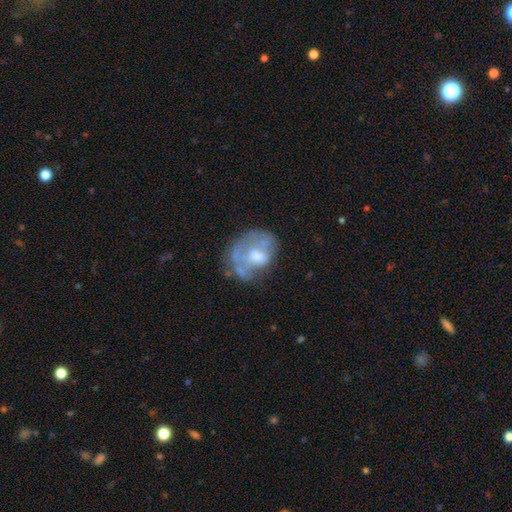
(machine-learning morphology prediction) Smooth or featured? Predicted: featured or disk (p=0.57). Edge-on disk? Predicted: no (p=0.97). Bar? Predicted: no (p=0.72). Spiral arms? Predicted: no (p=0.72). Bulge size? Predicted: moderate (p=0.51). Merging? Predicted: none (p=0.40).